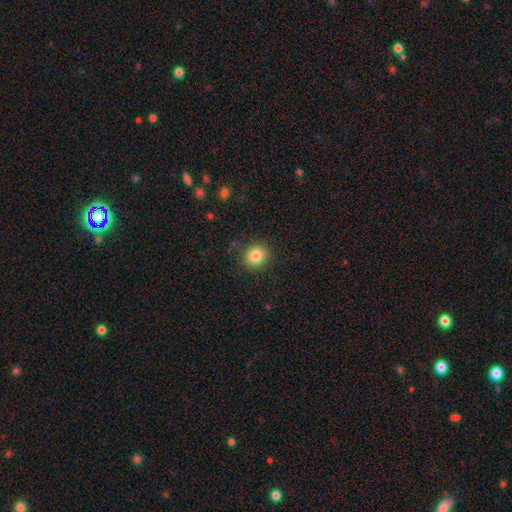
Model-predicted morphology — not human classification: The model was most divided on "how rounded": round: 82%, in between: 18%, cigar-shaped: 1%. More confident: merging — none (87%); smooth or featured — smooth (83%).